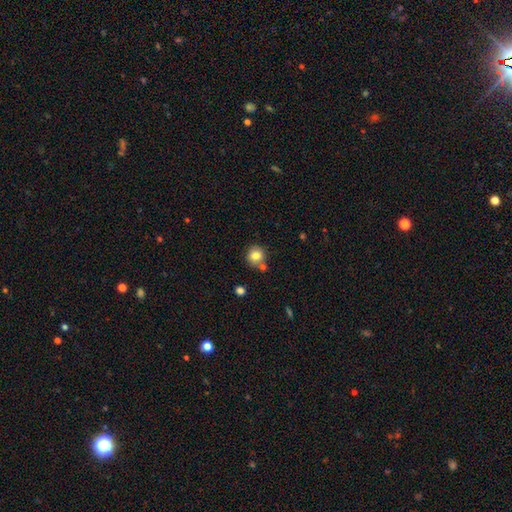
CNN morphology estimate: Smooth or featured?
  - smooth: 80% *
  - star or artifact: 10%
  - featured or disk: 10%
How rounded?
  - round: 87% *
  - in between: 12%
  - cigar-shaped: 1%
Merging?
  - none: 66% *
  - merger: 18%
  - minor disturbance: 13%
  - major disturbance: 3%